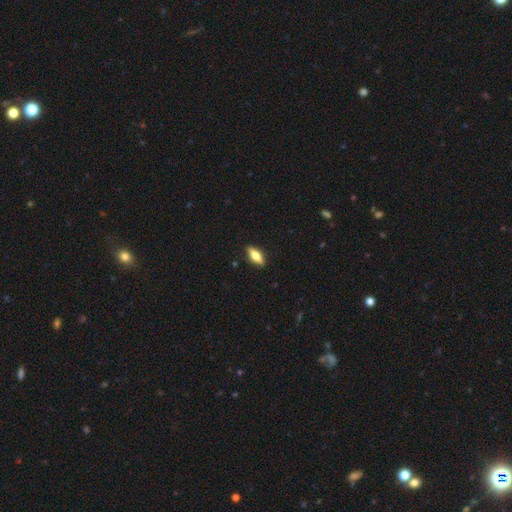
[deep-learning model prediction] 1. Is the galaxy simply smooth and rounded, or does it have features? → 57% smooth, 36% featured or disk, 6% star or artifact.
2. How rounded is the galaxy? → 62% in between, 35% cigar-shaped, 3% round.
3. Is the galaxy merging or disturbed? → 89% none, 8% minor disturbance, 2% major disturbance, 1% merger.